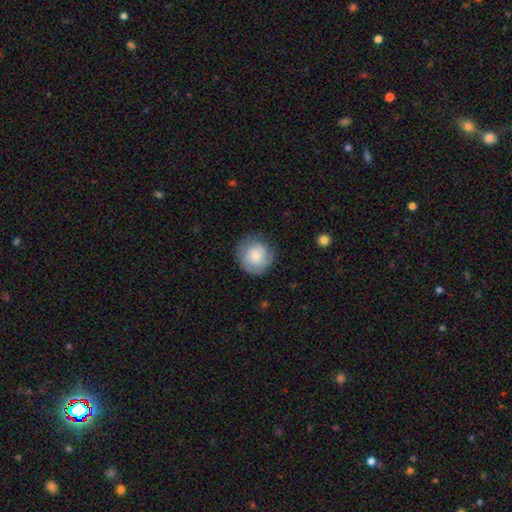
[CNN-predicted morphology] The model was most divided on "smooth or featured": smooth: 57%, featured or disk: 36%, star or artifact: 7%. More confident: how rounded — round (90%); merging — none (77%).